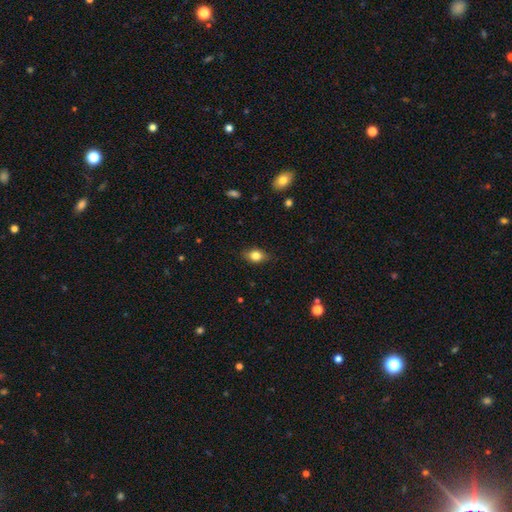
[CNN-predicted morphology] This appears to be a smooth galaxy with no disk features (79%) that is in between round and cigar-shaped (74%). Merging: none (83%).